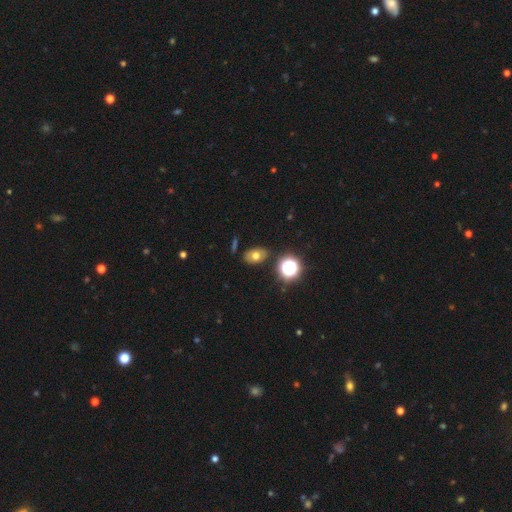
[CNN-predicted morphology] type=smooth (66%); roundness=in between (78%); merging=none (83%).